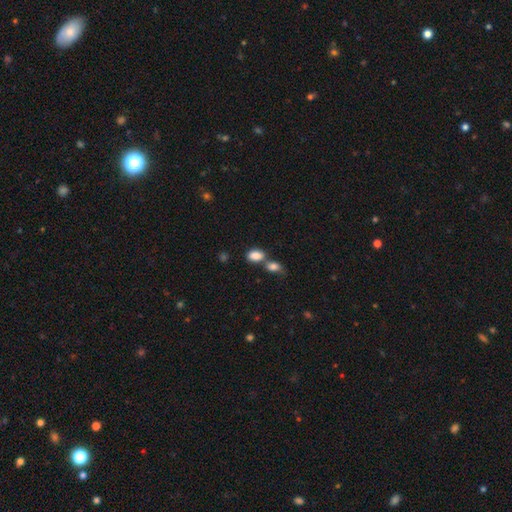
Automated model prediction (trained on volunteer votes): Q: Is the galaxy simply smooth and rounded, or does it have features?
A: smooth — 85%.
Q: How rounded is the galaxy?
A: in between — 84%.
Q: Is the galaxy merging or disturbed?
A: merger — 51%.